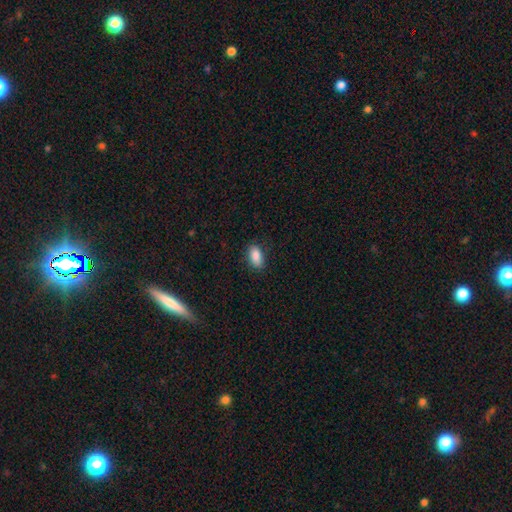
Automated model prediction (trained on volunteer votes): Smooth or featured: smooth — 88% (star or artifact — 7%)
How rounded: in between — 91% (round — 5%)
Merging: none — 85% (minor disturbance — 12%)